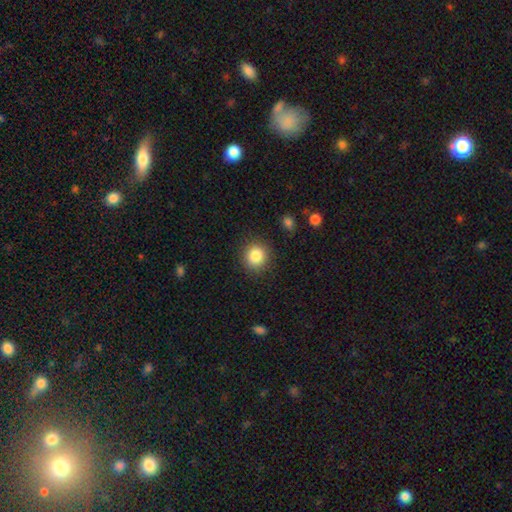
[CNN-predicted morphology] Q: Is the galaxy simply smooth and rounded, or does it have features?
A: smooth — 85%.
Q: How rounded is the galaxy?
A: round — 90%.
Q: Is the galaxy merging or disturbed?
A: none — 89%.